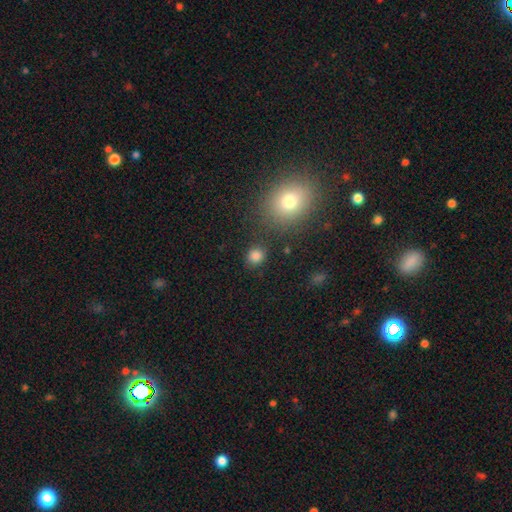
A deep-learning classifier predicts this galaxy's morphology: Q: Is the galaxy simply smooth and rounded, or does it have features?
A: smooth — 82%.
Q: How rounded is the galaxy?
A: round — 78%.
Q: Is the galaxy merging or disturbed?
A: none — 83%.